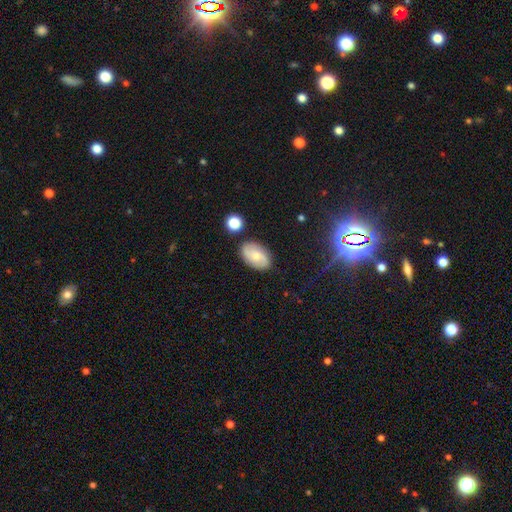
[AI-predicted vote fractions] smooth-or-featured: smooth: 50% | featured or disk: 42% | star or artifact: 8%
  merging: none: 82% | minor disturbance: 12% | merger: 3% | major disturbance: 3%